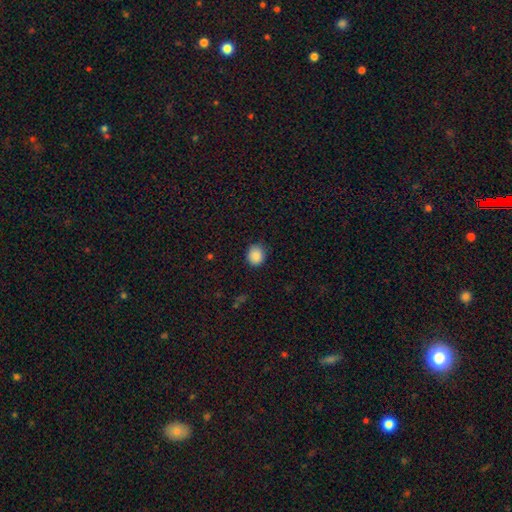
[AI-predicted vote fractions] Smooth or featured? Predicted: smooth (p=0.88). How rounded? Predicted: round (p=0.74). Merging? Predicted: none (p=0.83).